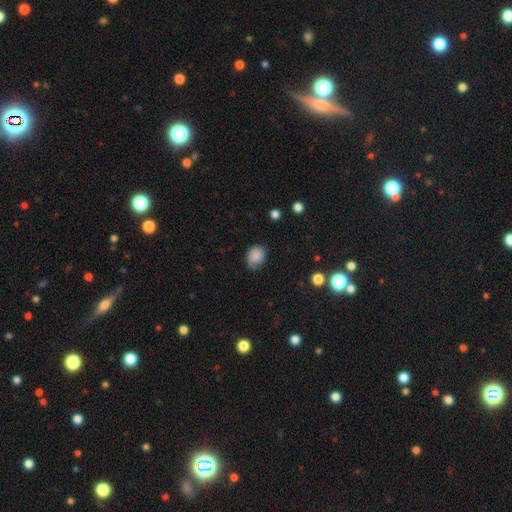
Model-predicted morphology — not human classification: This appears to be a smooth galaxy with no disk features (83%) that is round (54%). Merging: none (64%).